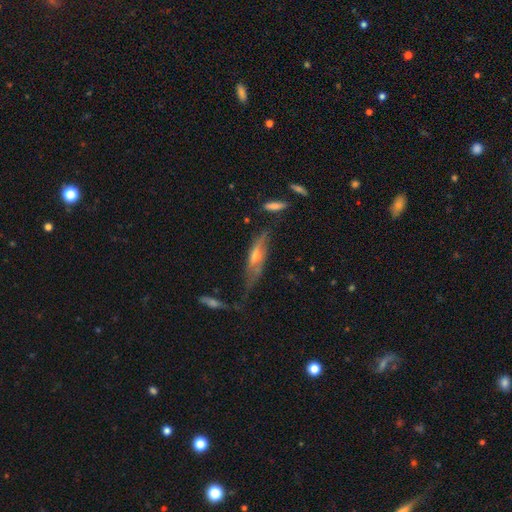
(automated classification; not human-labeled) Q: Smooth or featured?
A: featured or disk (59%); runner-up: smooth (32%)
Q: Edge-on disk?
A: yes (63%); runner-up: no (37%)
Q: Merging?
A: none (39%); runner-up: minor disturbance (30%)